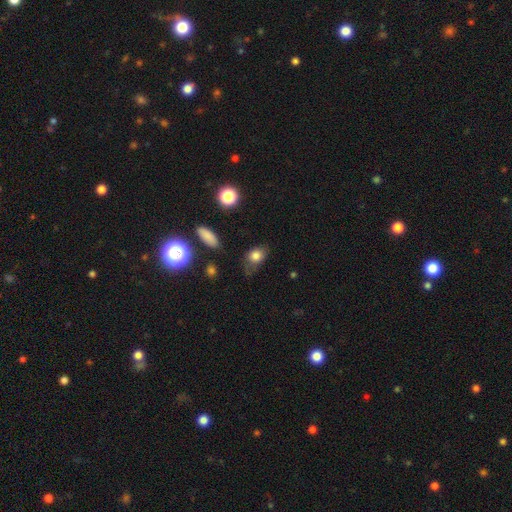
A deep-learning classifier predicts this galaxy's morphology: Smooth or featured: smooth — 80% (star or artifact — 11%)
How rounded: in between — 69% (round — 30%)
Merging: none — 55% (minor disturbance — 30%)